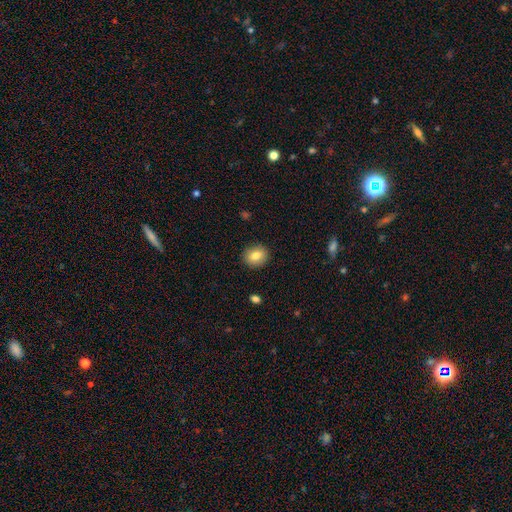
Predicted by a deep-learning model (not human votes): Overall: smooth (81%). How rounded: round (73%). Merging: none (90%).